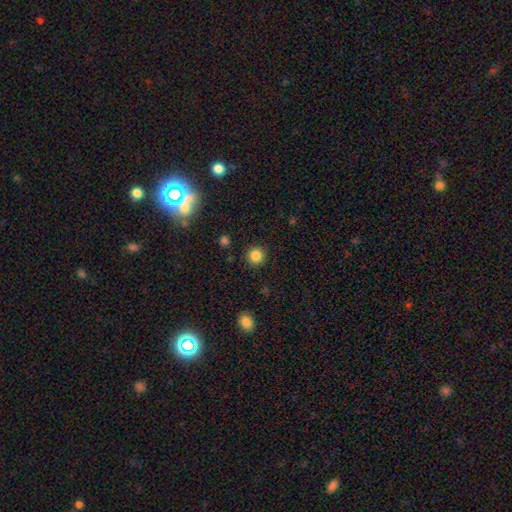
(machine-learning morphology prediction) Q: Smooth or featured?
A: smooth (84%); runner-up: star or artifact (11%)
Q: How rounded?
A: round (93%); runner-up: in between (6%)
Q: Merging?
A: none (91%); runner-up: minor disturbance (6%)